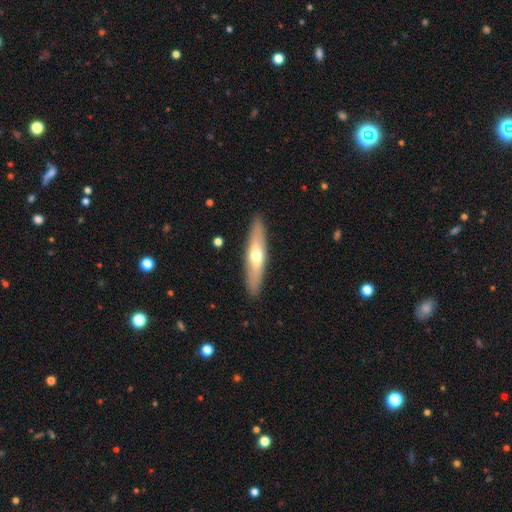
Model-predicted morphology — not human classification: Smooth or featured? Predicted: featured or disk (p=0.48). Merging? Predicted: none (p=0.90).